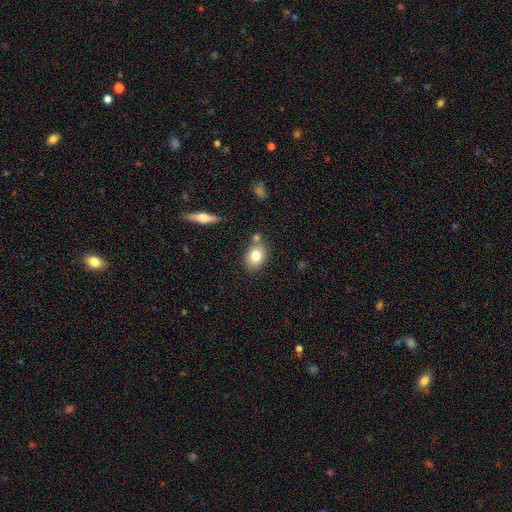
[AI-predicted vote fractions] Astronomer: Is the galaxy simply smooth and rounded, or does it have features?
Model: smooth — 78%.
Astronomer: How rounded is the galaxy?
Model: in between — 66%.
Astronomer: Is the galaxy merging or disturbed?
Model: none — 70%.